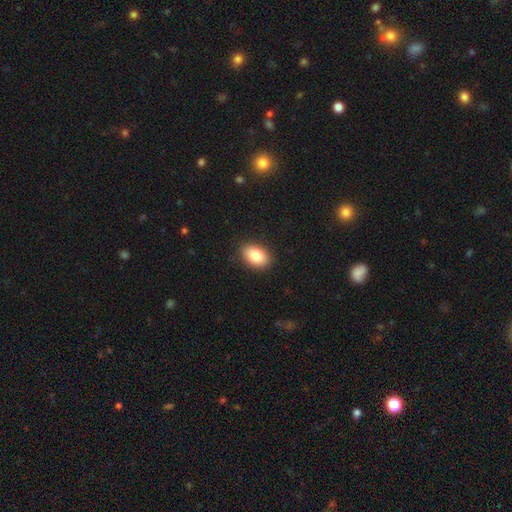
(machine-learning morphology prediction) Smooth or featured: smooth — 85% (featured or disk — 8%)
How rounded: in between — 86% (round — 13%)
Merging: none — 88% (minor disturbance — 9%)